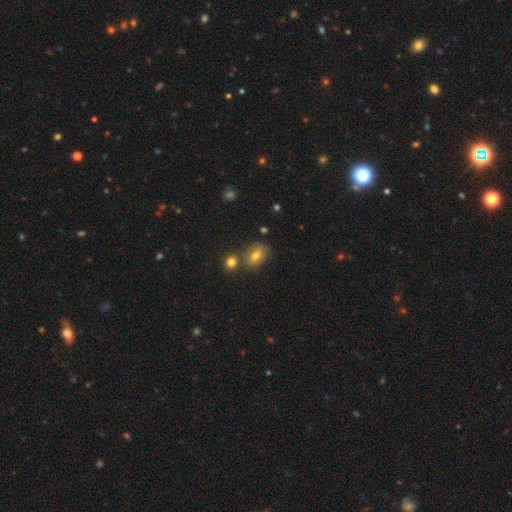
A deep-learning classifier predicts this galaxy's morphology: A smooth galaxy with no disk features (71%) that is in between round and cigar-shaped (78%). Merging: none (65%).